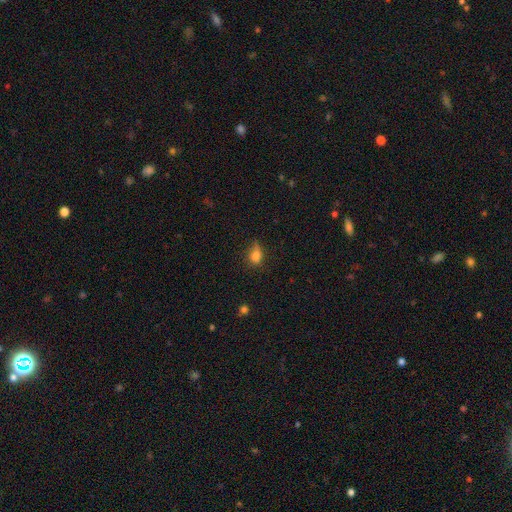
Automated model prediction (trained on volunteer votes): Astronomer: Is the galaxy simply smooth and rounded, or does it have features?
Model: smooth — 79%.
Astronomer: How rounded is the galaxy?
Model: in between — 64%.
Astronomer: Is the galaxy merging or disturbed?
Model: none — 49% (runner-up: minor disturbance, 37%).